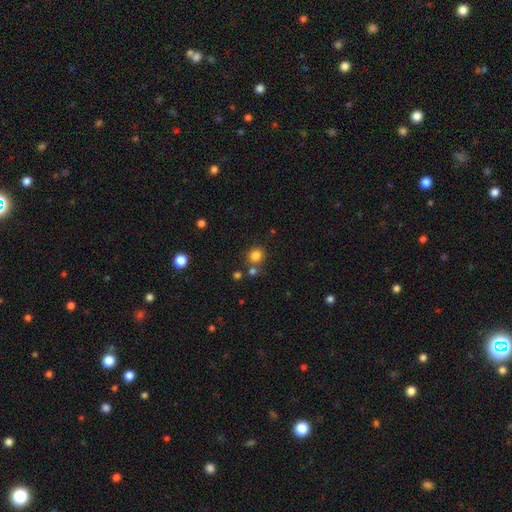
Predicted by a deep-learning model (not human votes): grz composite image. It shows a smooth galaxy with no disk features (82%) that is round (82%). Merging: none (72%).